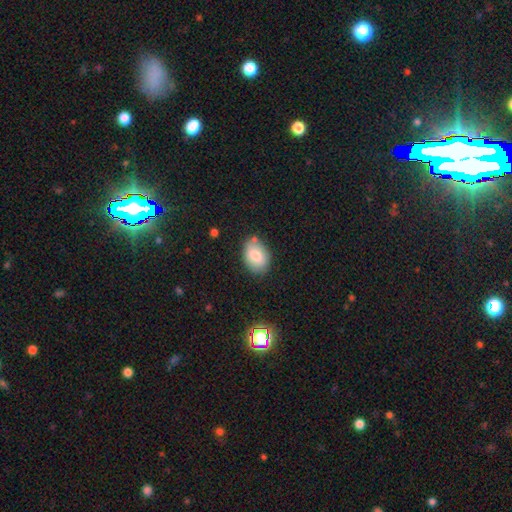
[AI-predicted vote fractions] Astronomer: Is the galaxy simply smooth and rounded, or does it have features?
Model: smooth — 81%.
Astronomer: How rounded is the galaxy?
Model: in between — 84%.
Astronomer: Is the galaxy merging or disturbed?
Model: none — 75%.